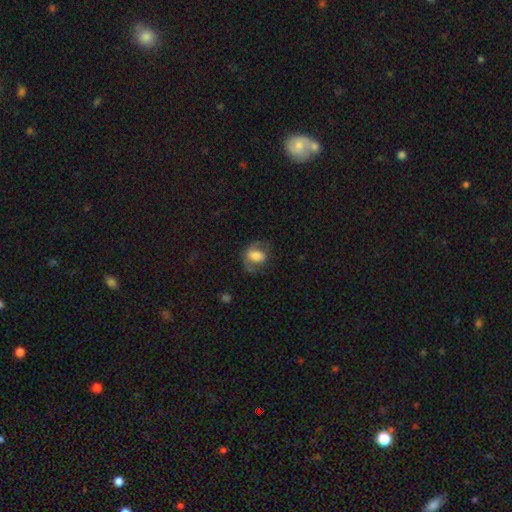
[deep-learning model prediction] Smooth or featured: smooth — 53% (featured or disk — 39%)
How rounded: in between — 65% (round — 33%)
Merging: none — 51% (minor disturbance — 24%)